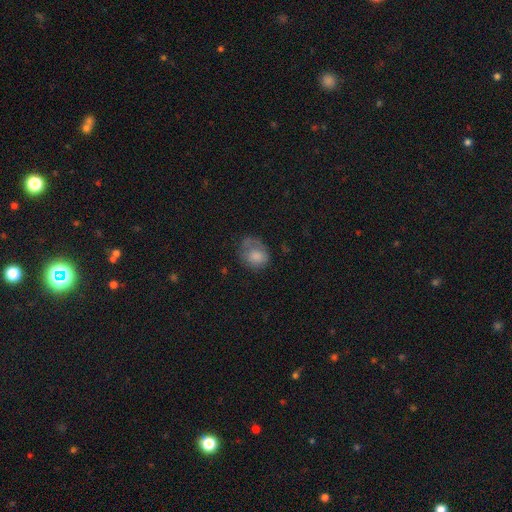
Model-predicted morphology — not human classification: Q: Smooth or featured?
A: smooth (72%); runner-up: featured or disk (19%)
Q: How rounded?
A: round (55%); runner-up: in between (44%)
Q: Merging?
A: none (43%); runner-up: minor disturbance (28%)